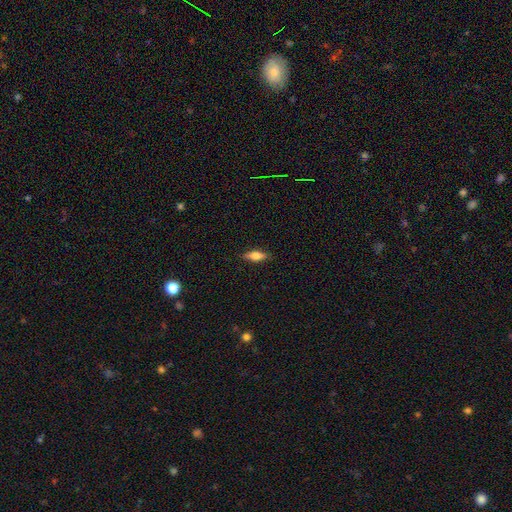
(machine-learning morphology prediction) The model was most divided on "how rounded": in between: 60%, cigar-shaped: 37%, round: 3%. More confident: merging — none (87%); smooth or featured — smooth (58%).